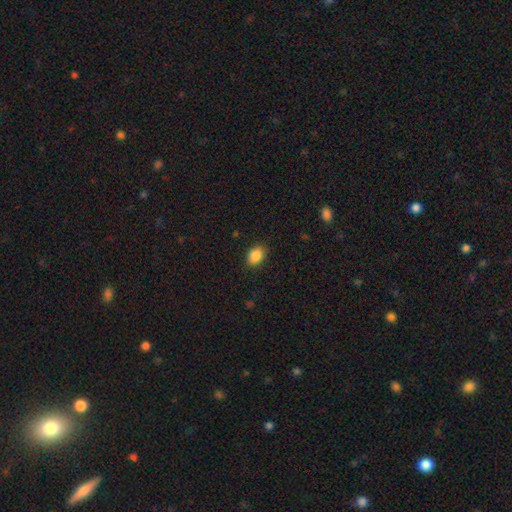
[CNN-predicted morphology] Smooth or featured?
  - smooth: 88% *
  - star or artifact: 8%
  - featured or disk: 3%
How rounded?
  - in between: 69% *
  - round: 29%
  - cigar-shaped: 1%
Merging?
  - none: 84% *
  - minor disturbance: 12%
  - major disturbance: 3%
  - merger: 1%